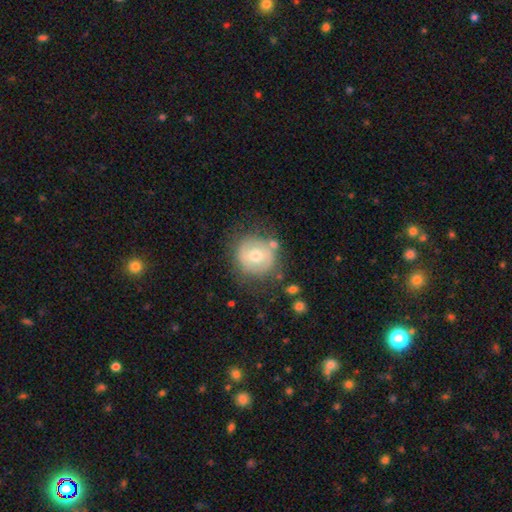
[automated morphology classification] This is possibly a smooth galaxy (51%). How rounded: clearly round (86%). Merging: likely none (70%).